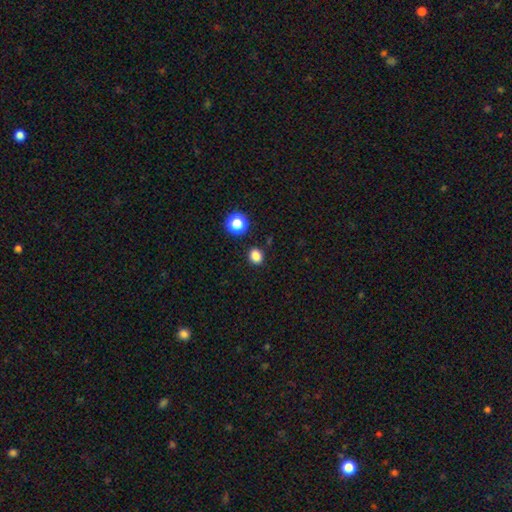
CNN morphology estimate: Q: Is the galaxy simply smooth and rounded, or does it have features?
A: smooth — 84%.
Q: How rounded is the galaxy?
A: round — 61%.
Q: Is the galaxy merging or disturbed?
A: none — 88%.